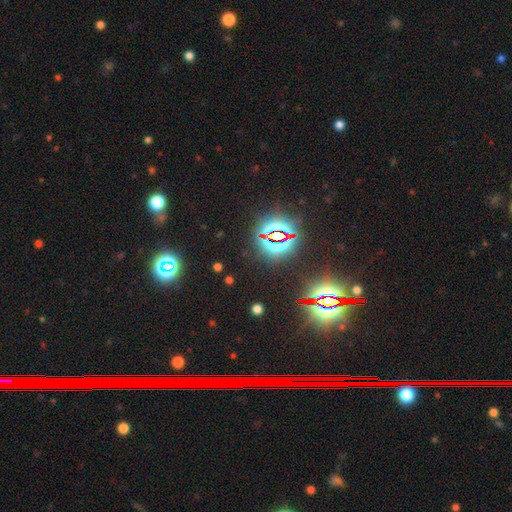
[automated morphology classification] This is clearly a star or artifact rather than a galaxy (80%).